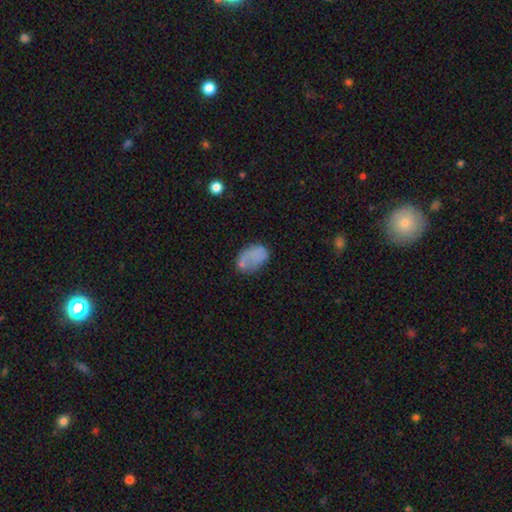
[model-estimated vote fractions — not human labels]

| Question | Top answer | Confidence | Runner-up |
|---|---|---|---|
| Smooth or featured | smooth | 69% | featured or disk (21%) |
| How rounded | in between | 87% | round (11%) |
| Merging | none | 45% | minor disturbance (28%) |